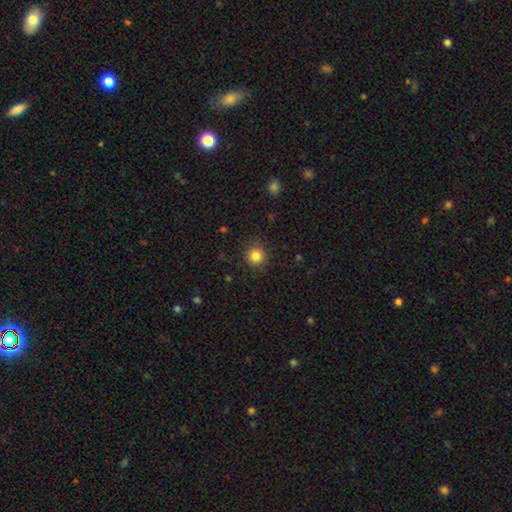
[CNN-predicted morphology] A smooth galaxy with no disk features (84%) that is round (91%). Merging: none (89%).